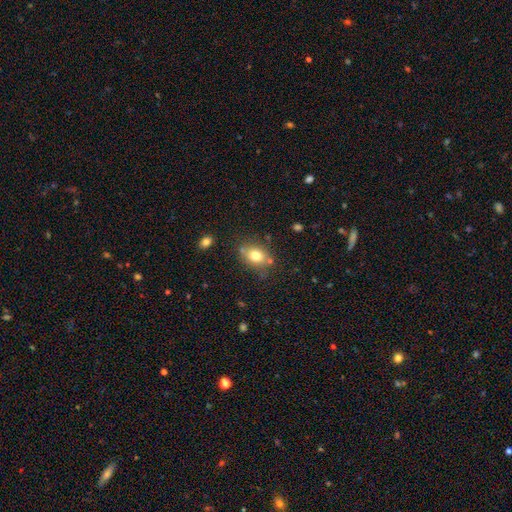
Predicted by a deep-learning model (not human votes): Smooth or featured? Predicted: smooth (p=0.76). How rounded? Predicted: in between (p=0.54). Merging? Predicted: none (p=0.71).